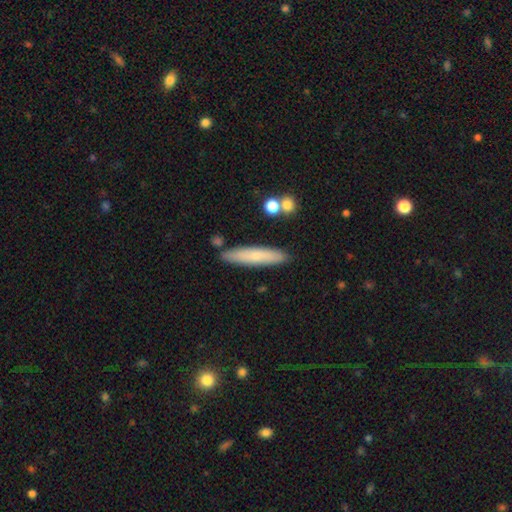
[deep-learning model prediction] smooth-or-featured: smooth: 67% | featured or disk: 26% | star or artifact: 7%
  how-rounded: cigar-shaped: 88% | in between: 10% | round: 1%
  merging: none: 85% | minor disturbance: 10% | merger: 3% | major disturbance: 2%